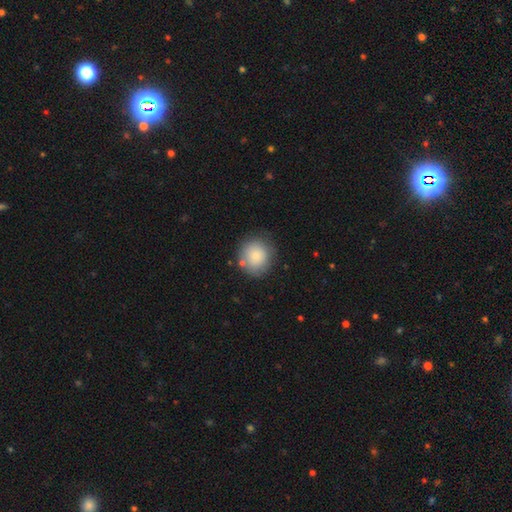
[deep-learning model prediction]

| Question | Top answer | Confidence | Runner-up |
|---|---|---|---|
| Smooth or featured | smooth | 84% | featured or disk (8%) |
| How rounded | round | 86% | in between (14%) |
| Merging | none | 79% | minor disturbance (13%) |